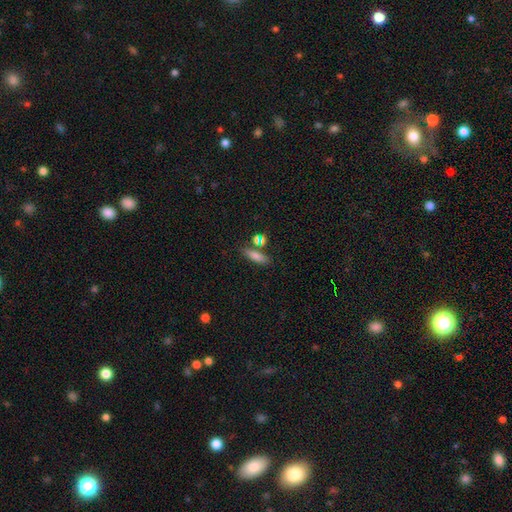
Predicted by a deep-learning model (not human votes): A smooth galaxy with no disk features (76%) that is cigar-shaped (54%).

Vote fractions:
- Smooth or featured? smooth: 76% / featured or disk: 14% / star or artifact: 10%
- How rounded? cigar-shaped: 54% / in between: 41% / round: 4%
- Merging? none: 71% / merger: 13% / minor disturbance: 12% / major disturbance: 4%